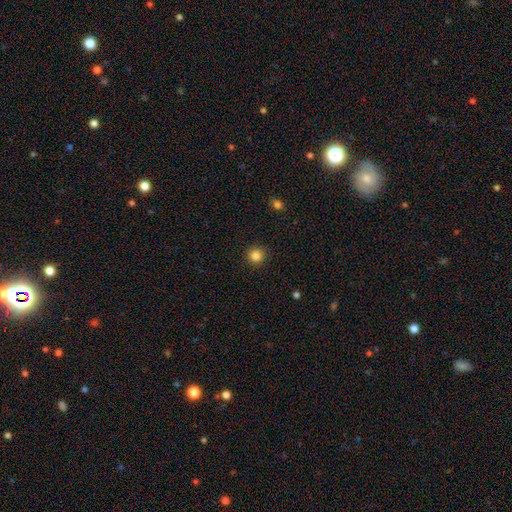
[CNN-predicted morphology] A smooth galaxy with no disk features (85%) that is round (94%). Merging: none (91%).